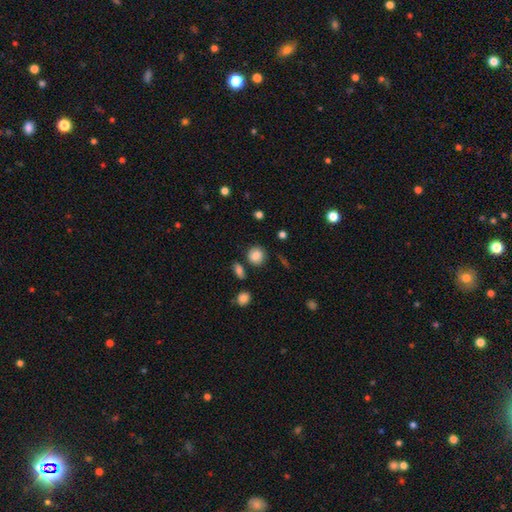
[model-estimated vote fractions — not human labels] The model was most divided on "merging": none: 79%, minor disturbance: 13%, merger: 5%, major disturbance: 4%. More confident: smooth or featured — smooth (84%); how rounded — round (83%).